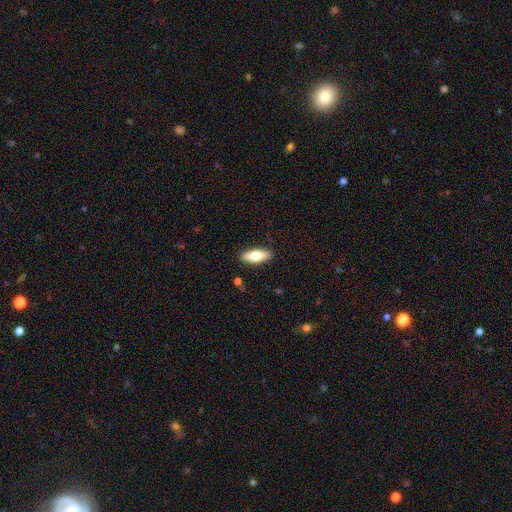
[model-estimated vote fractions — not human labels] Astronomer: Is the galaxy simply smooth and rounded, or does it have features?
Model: smooth — 66%.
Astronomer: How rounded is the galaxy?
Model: in between — 72%.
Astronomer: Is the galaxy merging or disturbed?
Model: none — 88%.